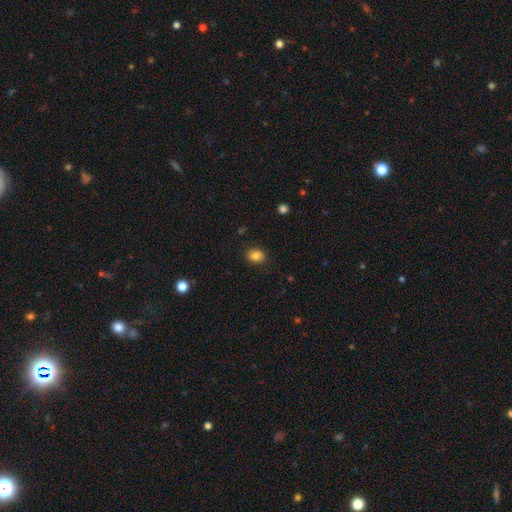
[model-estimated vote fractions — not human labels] A smooth galaxy with no disk features (84%) that is round (55%). Merging: none (87%).